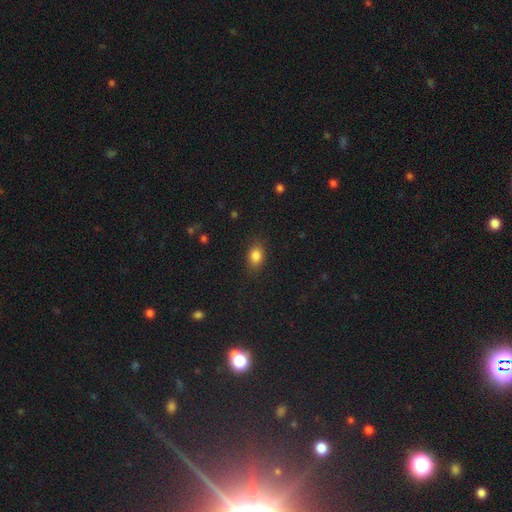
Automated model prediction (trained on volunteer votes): This is clearly a smooth galaxy (84%). How rounded: likely in between (70%). Merging: clearly none (83%).